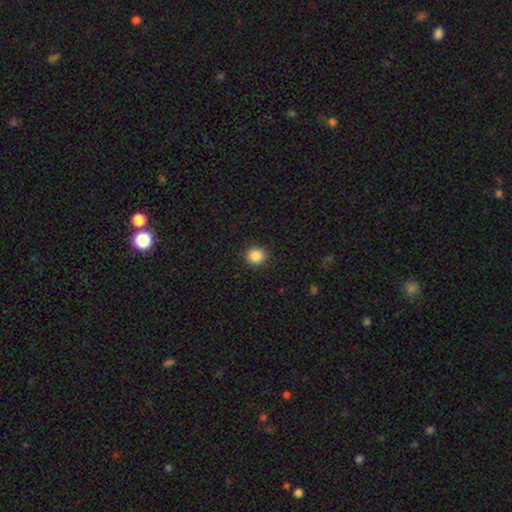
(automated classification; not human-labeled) A smooth galaxy with no disk features (86%) that is round (90%). Merging: none (91%).